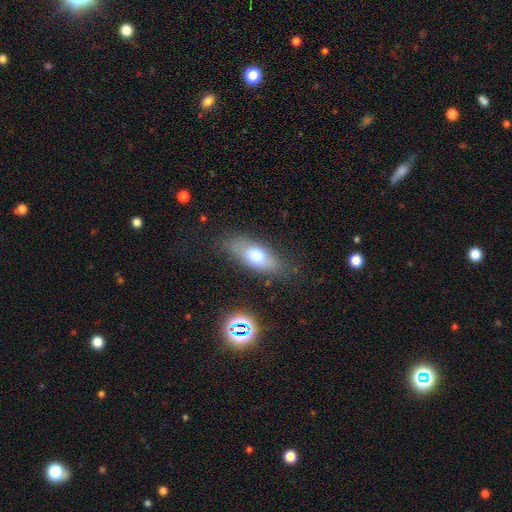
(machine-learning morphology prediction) Smooth or featured?
  - smooth: 70% *
  - featured or disk: 21%
  - star or artifact: 9%
How rounded?
  - in between: 77% *
  - cigar-shaped: 19%
  - round: 4%
Merging?
  - none: 76% *
  - minor disturbance: 16%
  - major disturbance: 5%
  - merger: 2%